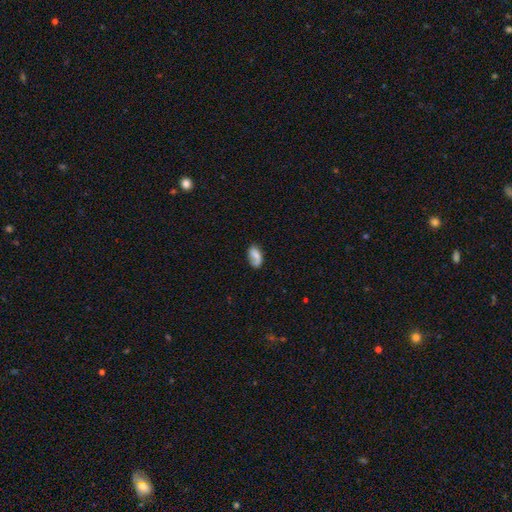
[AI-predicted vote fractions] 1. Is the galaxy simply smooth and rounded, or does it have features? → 64% smooth, 28% featured or disk, 9% star or artifact.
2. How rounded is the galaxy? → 90% in between, 7% round, 3% cigar-shaped.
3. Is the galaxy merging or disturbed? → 53% none, 26% minor disturbance, 15% major disturbance, 5% merger.